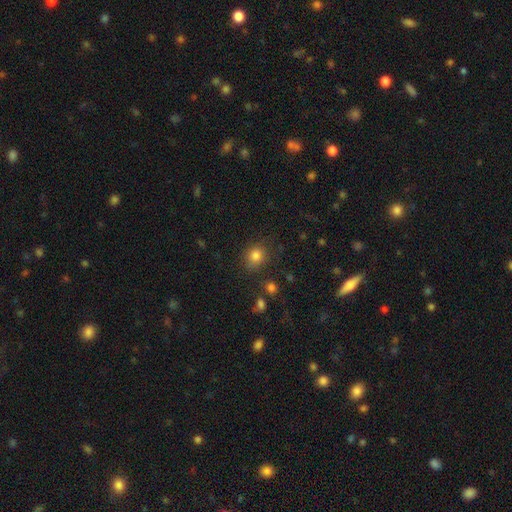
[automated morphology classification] smooth_or_featured: smooth (p=0.82) [alt: star or artifact p=0.12]
how_rounded: round (p=0.74) [alt: in between p=0.25]
merging: none (p=0.80) [alt: minor disturbance p=0.13]